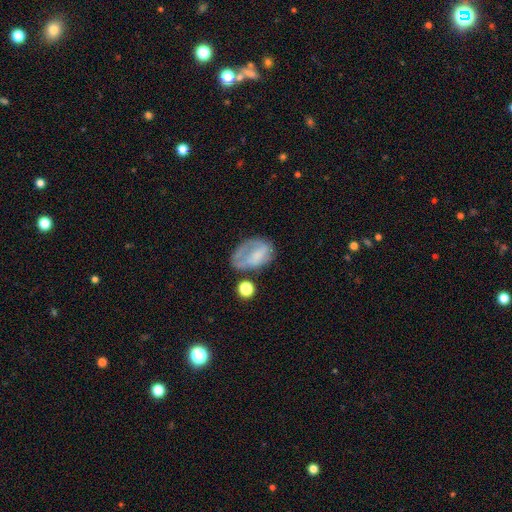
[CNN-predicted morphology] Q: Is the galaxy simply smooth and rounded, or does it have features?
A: smooth — 50%.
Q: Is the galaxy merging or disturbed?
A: none — 37%.